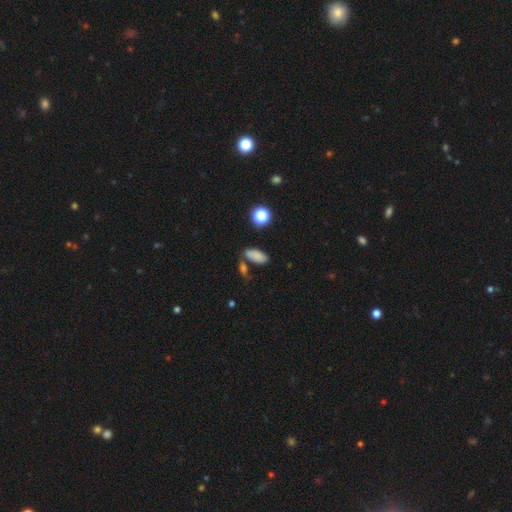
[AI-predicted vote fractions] This appears to be a smooth galaxy with no disk features (82%) that is in between round and cigar-shaped (84%). Merging: none (65%).